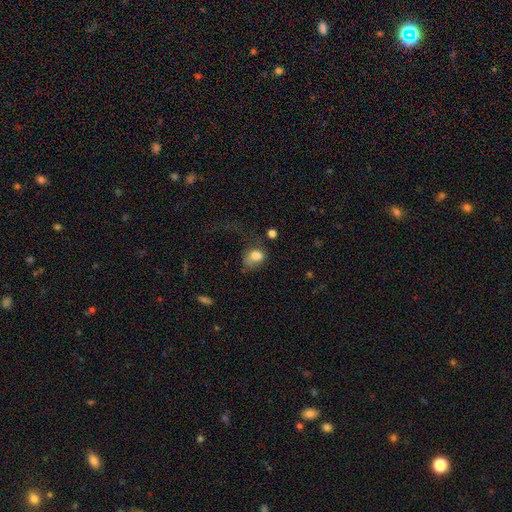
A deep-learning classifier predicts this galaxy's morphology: Smooth or featured? Predicted: smooth (p=0.76). How rounded? Predicted: in between (p=0.63). Merging? Predicted: major disturbance (p=0.48).